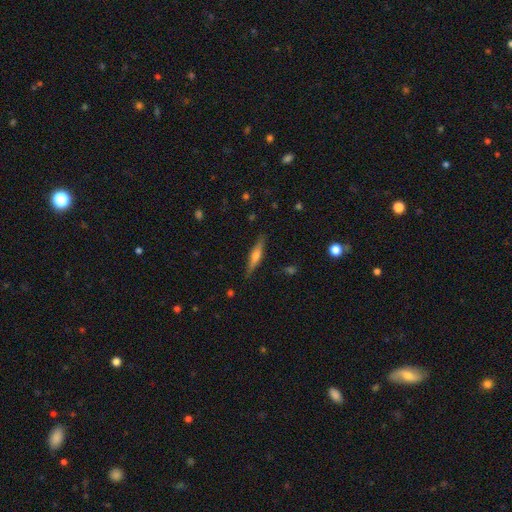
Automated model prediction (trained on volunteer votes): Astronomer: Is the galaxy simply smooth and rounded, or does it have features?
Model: featured or disk — 50% (runner-up: smooth, 43%).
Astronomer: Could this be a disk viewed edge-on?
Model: yes — 95%.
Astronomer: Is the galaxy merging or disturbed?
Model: none — 87%.